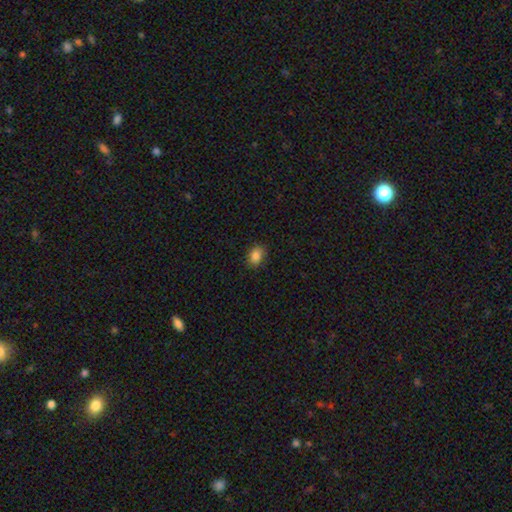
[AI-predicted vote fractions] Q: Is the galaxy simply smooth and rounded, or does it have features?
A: smooth — 85%.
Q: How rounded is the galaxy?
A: in between — 63%.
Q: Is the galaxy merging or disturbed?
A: none — 87%.